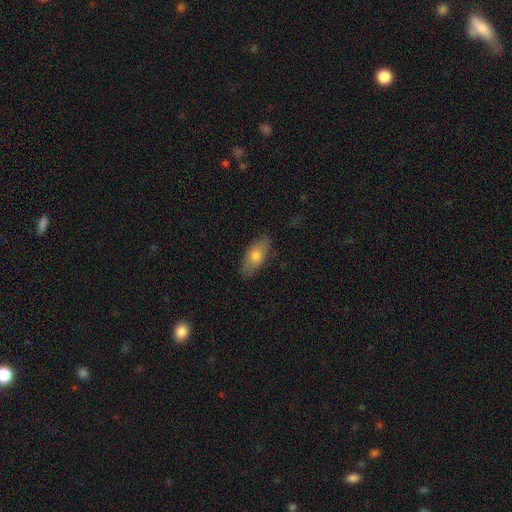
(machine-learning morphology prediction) A smooth galaxy with no disk features (73%) that is in between round and cigar-shaped (85%). Merging: none (83%).